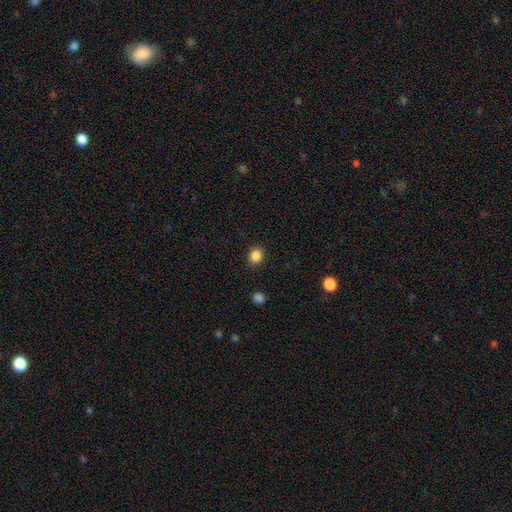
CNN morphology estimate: This appears to be a smooth galaxy with no disk features (86%) that is round (58%). Merging: none (89%).